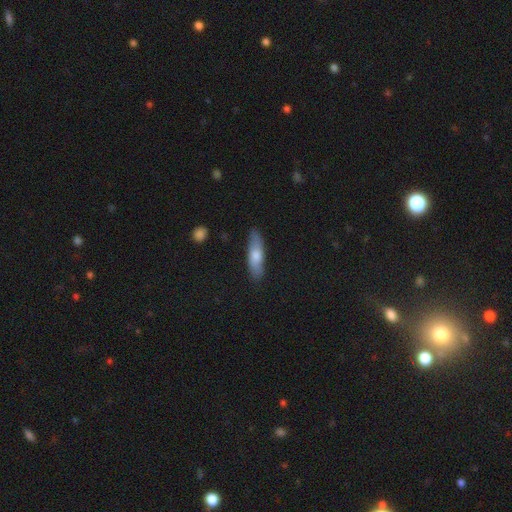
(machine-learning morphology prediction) smooth 68%, featured or disk 27%, star or artifact 6%. Down the decision tree: how rounded — cigar-shaped (55%); merging — none (84%).